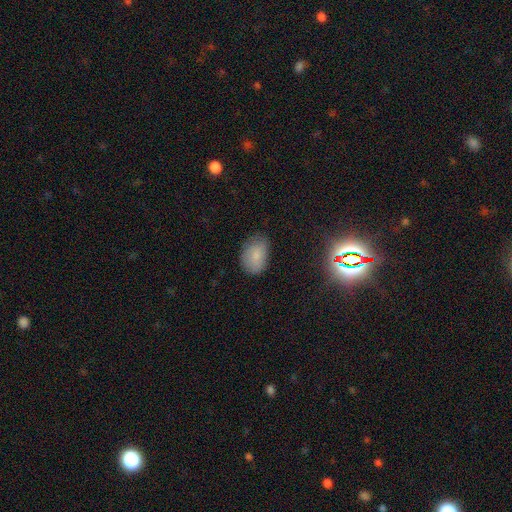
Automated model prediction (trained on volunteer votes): Smooth or featured: smooth — 80% (star or artifact — 11%)
How rounded: in between — 83% (round — 16%)
Merging: none — 71% (minor disturbance — 23%)